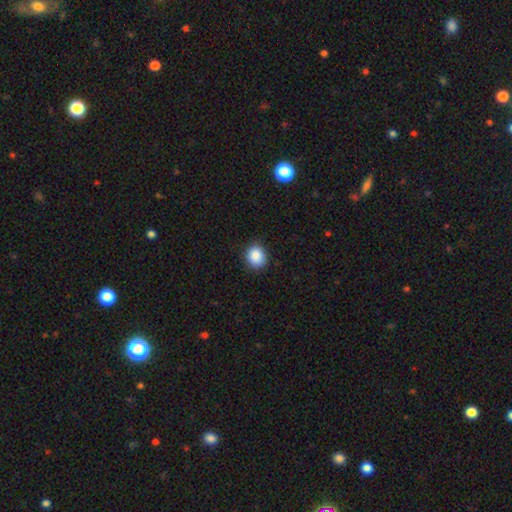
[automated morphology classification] Smooth or featured: smooth — 88% (star or artifact — 9%)
How rounded: round — 73% (in between — 26%)
Merging: none — 85% (minor disturbance — 12%)